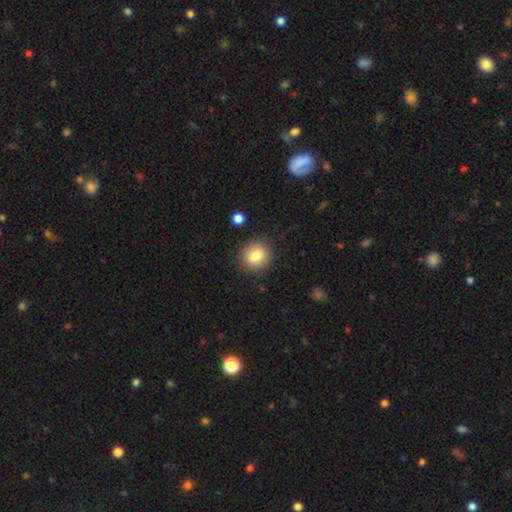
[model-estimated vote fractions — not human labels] This appears to be a smooth galaxy with no disk features (82%) that is round (84%). Merging: none (88%).